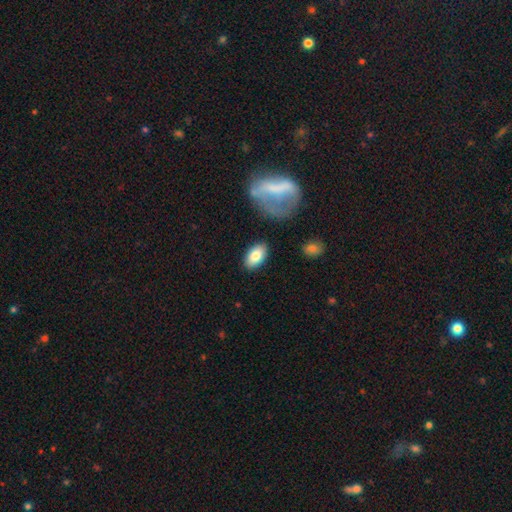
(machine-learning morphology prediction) Q: Smooth or featured?
A: smooth (81%); runner-up: featured or disk (12%)
Q: How rounded?
A: in between (93%); runner-up: round (5%)
Q: Merging?
A: none (85%); runner-up: minor disturbance (10%)